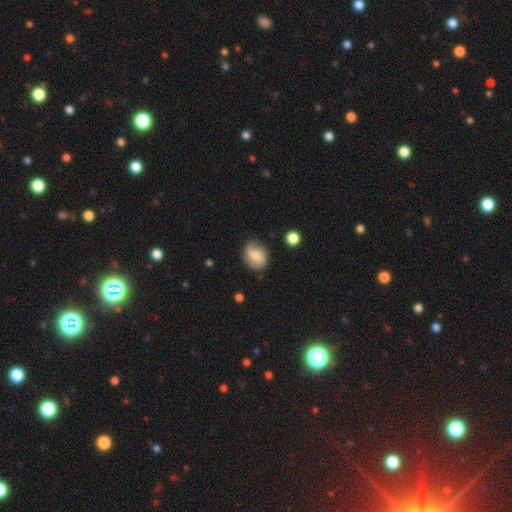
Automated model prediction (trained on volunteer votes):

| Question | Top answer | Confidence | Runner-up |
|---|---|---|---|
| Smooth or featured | smooth | 58% | featured or disk (34%) |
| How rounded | in between | 52% | round (46%) |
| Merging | none | 77% | minor disturbance (17%) |